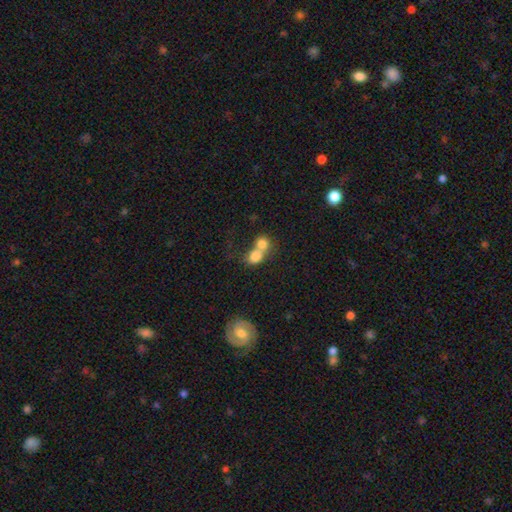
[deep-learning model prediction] Smooth or featured? Predicted: smooth (p=0.76). How rounded? Predicted: round (p=0.60). Merging? Predicted: merger (p=0.69).